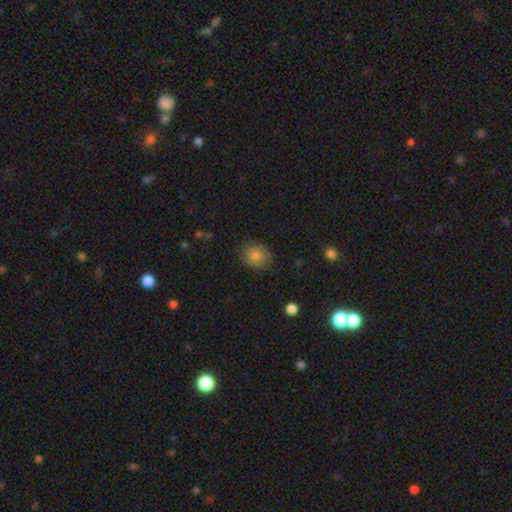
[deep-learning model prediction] Morphology: type=smooth (81%); roundness=round (63%); merging=none (76%).